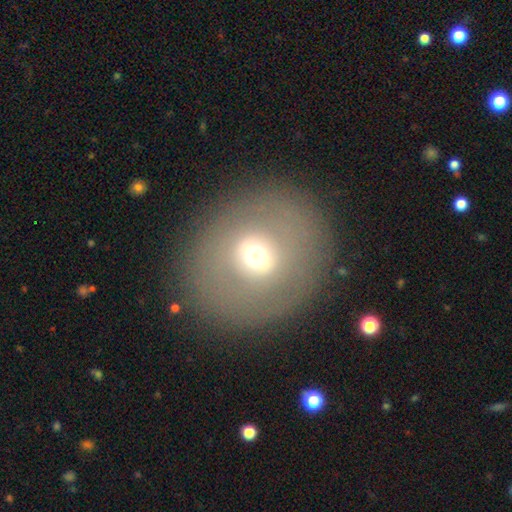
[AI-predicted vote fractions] smooth 50%, featured or disk 38%, star or artifact 11%. Down the decision tree: how rounded — round (75%); merging — none (84%).